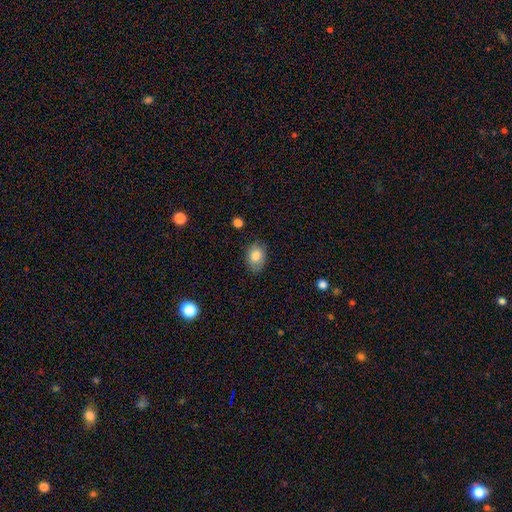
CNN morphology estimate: Smooth or featured? Predicted: smooth (p=0.83). How rounded? Predicted: in between (p=0.76). Merging? Predicted: none (p=0.77).